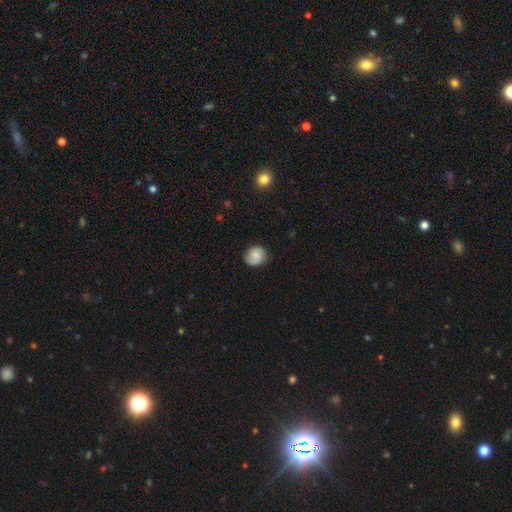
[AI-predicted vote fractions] Morphology: type=smooth (55%); roundness=round (79%); merging=none (79%).